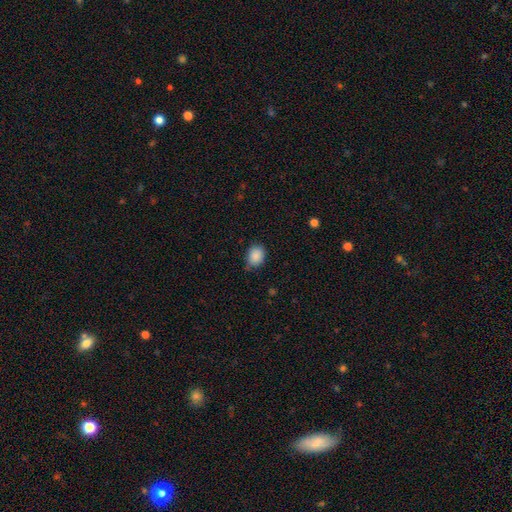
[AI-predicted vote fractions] This appears to be a smooth galaxy with no disk features (88%) that is in between round and cigar-shaped (50%). Merging: none (73%).